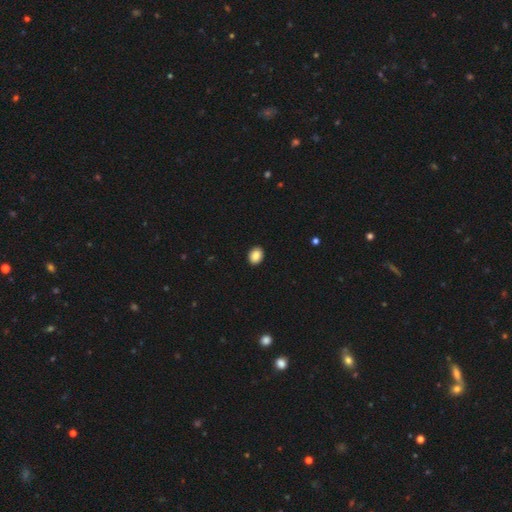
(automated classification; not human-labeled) smooth 88%, star or artifact 8%, featured or disk 4%. Down the decision tree: how rounded — in between (58%); merging — none (92%).